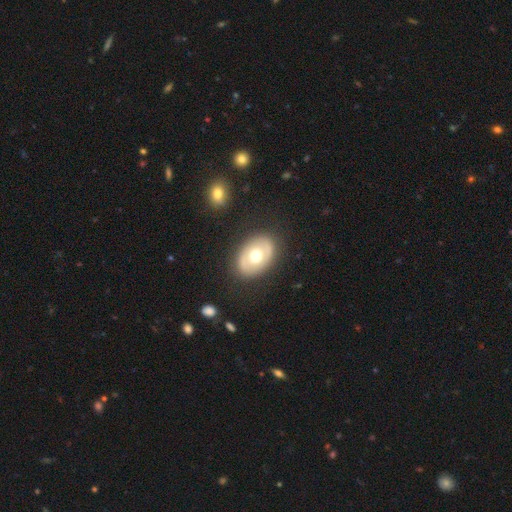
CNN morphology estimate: Smooth or featured? featured or disk (48%)
Merging? none (84%)